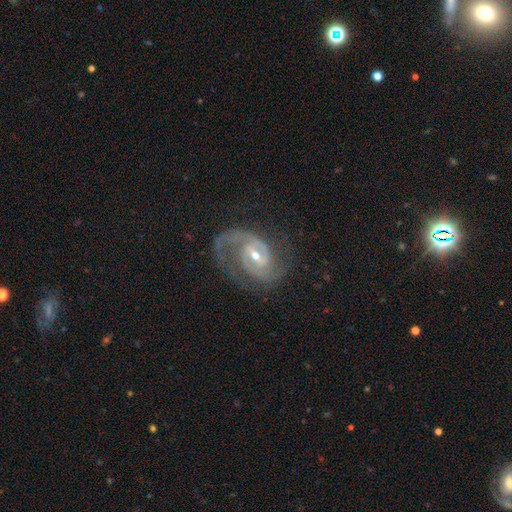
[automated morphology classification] A featured or disk galaxy (90%) with a weak bar (49%), 2 (71%) medium (51%) spiral arms (97%) and a moderate central bulge (54%). Merging: none (60%).